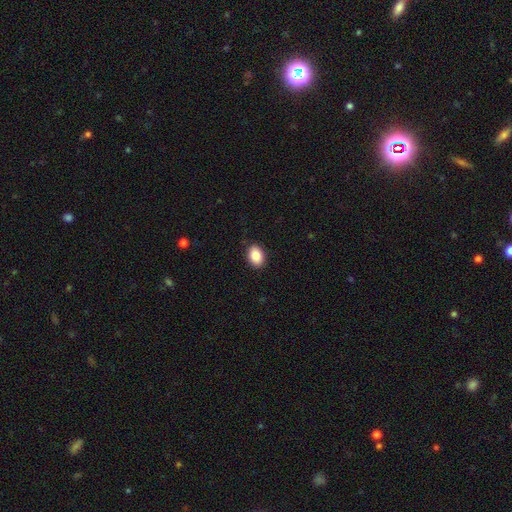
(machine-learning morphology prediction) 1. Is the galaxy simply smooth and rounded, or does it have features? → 88% smooth, 7% star or artifact, 5% featured or disk.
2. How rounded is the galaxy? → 81% in between, 18% round, 1% cigar-shaped.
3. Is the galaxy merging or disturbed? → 89% none, 8% minor disturbance, 2% major disturbance, 1% merger.